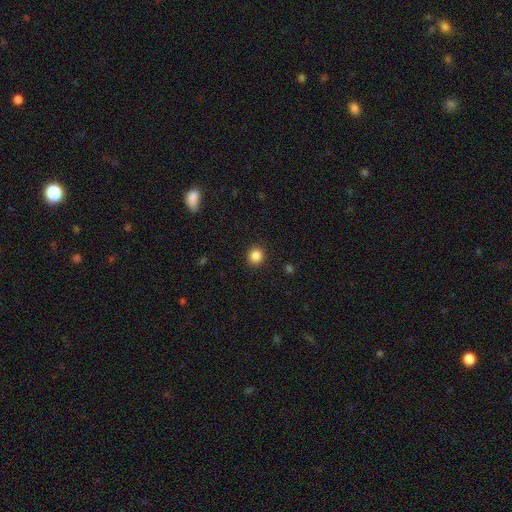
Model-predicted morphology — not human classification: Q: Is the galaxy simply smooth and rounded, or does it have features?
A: smooth — 85%.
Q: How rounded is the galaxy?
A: round — 90%.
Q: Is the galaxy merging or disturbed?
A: none — 92%.